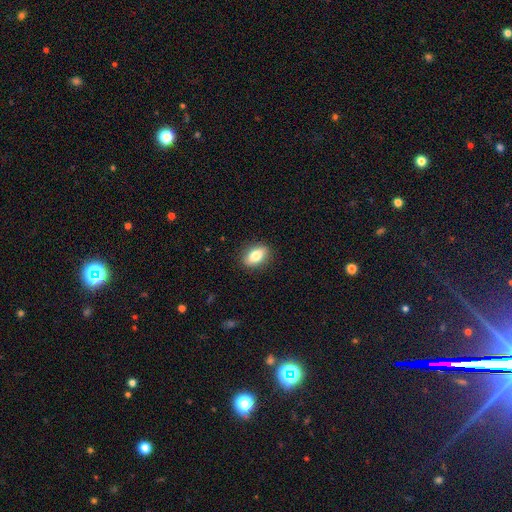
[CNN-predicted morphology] A smooth galaxy with no disk features (78%) that is in between round and cigar-shaped (82%).

Vote fractions:
- Smooth or featured? smooth: 78% / featured or disk: 15% / star or artifact: 7%
- How rounded? in between: 82% / round: 12% / cigar-shaped: 6%
- Merging? none: 87% / minor disturbance: 9% / major disturbance: 2% / merger: 1%